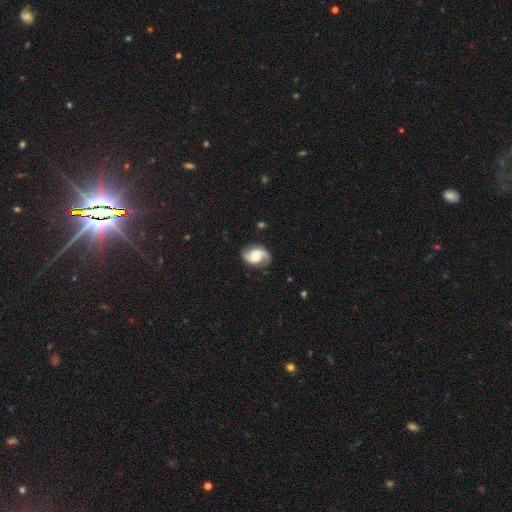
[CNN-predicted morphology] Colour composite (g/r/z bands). It shows a featured or disk galaxy (77%) with no bar (56%), 2 (86%) medium (45%) spiral arms (96%) and a moderate central bulge (57%). Merging: none (78%).